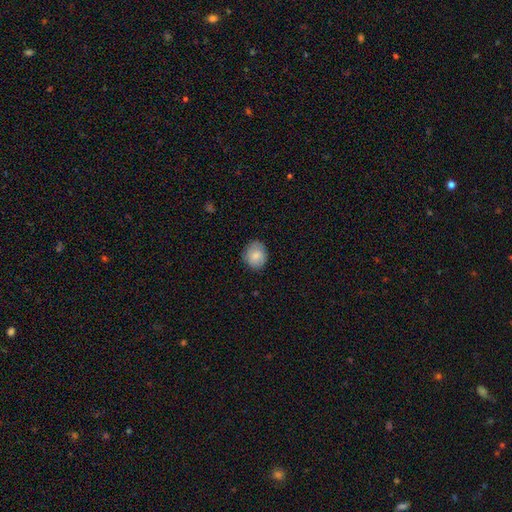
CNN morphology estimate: Smooth or featured: smooth — 81% (featured or disk — 12%)
How rounded: round — 69% (in between — 30%)
Merging: none — 82% (minor disturbance — 15%)